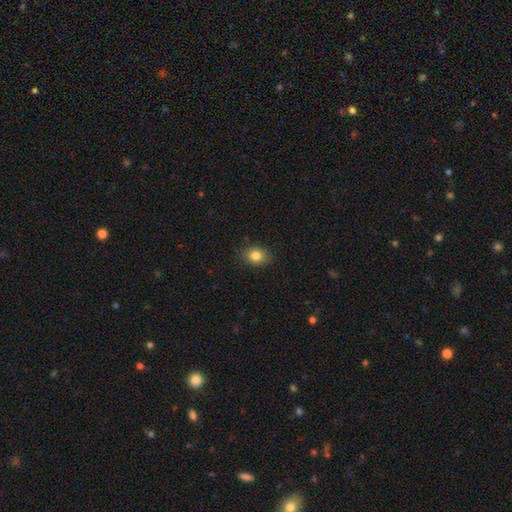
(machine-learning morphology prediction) Smooth or featured: smooth — 83% (star or artifact — 10%)
How rounded: in between — 61% (round — 38%)
Merging: none — 86% (minor disturbance — 11%)